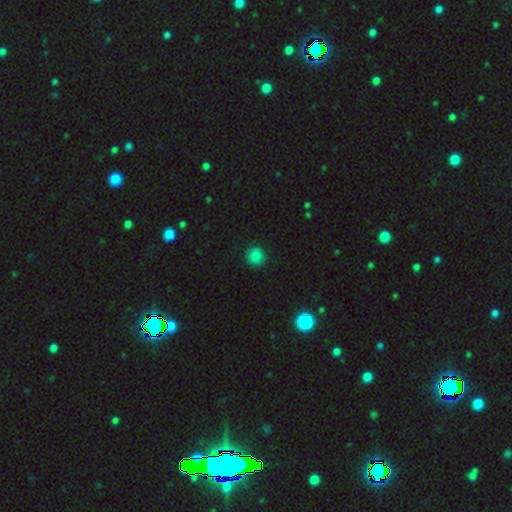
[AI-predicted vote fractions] Smooth or featured: smooth — 84% (star or artifact — 11%)
How rounded: round — 90% (in between — 9%)
Merging: none — 88% (minor disturbance — 9%)